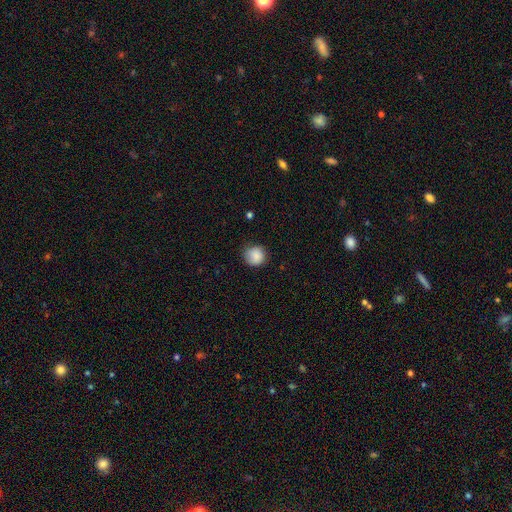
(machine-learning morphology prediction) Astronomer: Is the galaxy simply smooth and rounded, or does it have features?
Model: smooth — 86%.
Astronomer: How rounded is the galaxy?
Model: round — 89%.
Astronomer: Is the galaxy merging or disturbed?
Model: none — 76%.